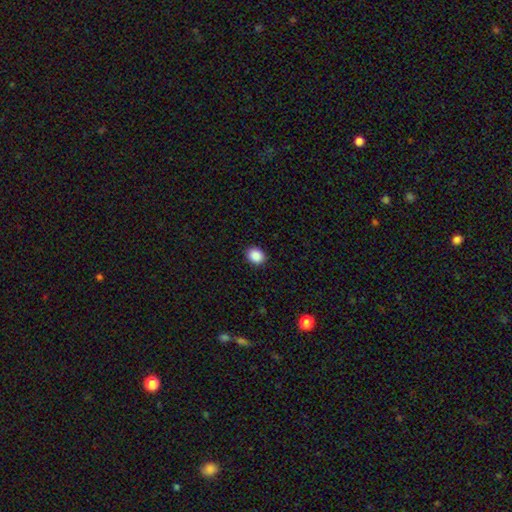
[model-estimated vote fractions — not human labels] Morphology: type=smooth (89%); roundness=round (58%); merging=none (91%).